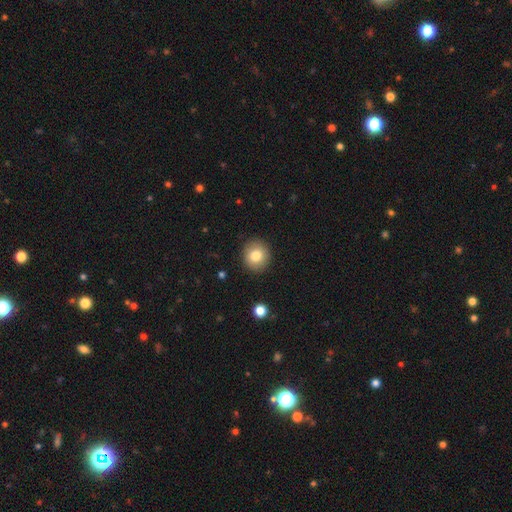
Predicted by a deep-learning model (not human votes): Morphology: type=smooth (81%); roundness=round (86%); merging=none (90%).